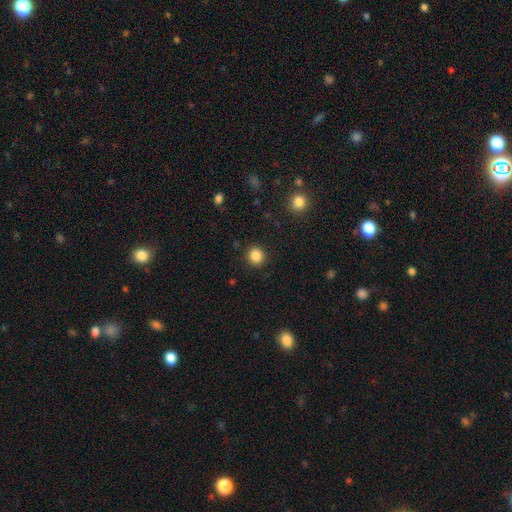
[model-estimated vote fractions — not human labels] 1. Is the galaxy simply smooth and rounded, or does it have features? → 86% smooth, 11% star or artifact, 4% featured or disk.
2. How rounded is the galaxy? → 87% round, 12% in between, 1% cigar-shaped.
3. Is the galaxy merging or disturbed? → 90% none, 6% minor disturbance, 2% major disturbance, 1% merger.